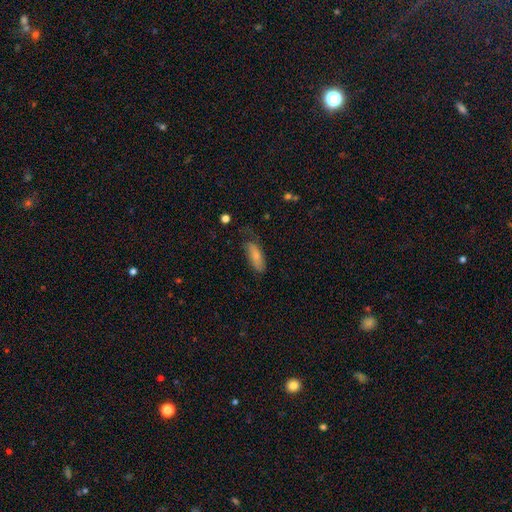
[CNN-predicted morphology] Smooth or featured? smooth (74%)
How rounded? in between (69%)
Merging? none (55%)